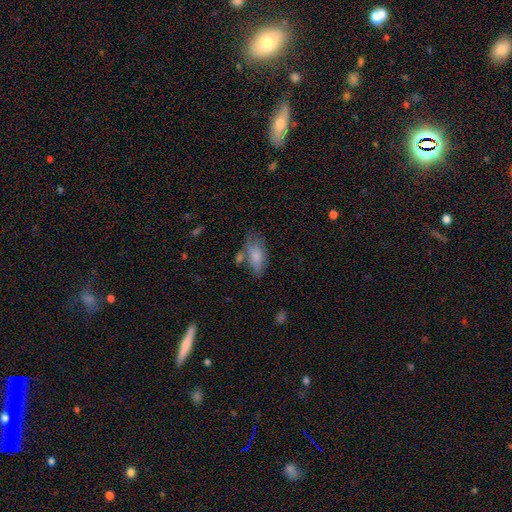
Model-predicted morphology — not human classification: Smooth or featured?
  - smooth: 78% *
  - featured or disk: 15%
  - star or artifact: 7%
How rounded?
  - in between: 89% *
  - cigar-shaped: 7%
  - round: 4%
Merging?
  - none: 50% *
  - minor disturbance: 24%
  - merger: 16%
  - major disturbance: 10%